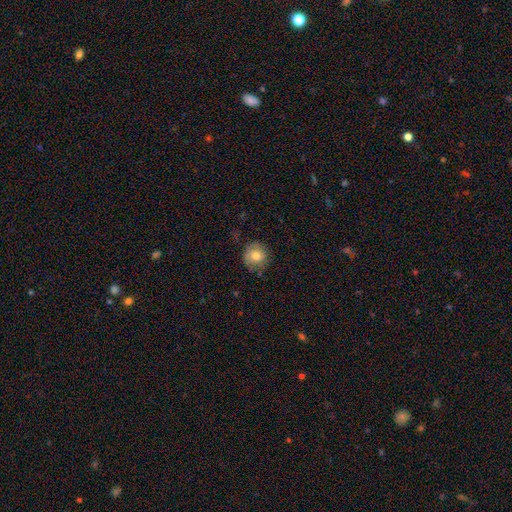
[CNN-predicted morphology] smooth 77%, featured or disk 14%, star or artifact 9%. Down the decision tree: how rounded — round (87%); merging — none (73%).